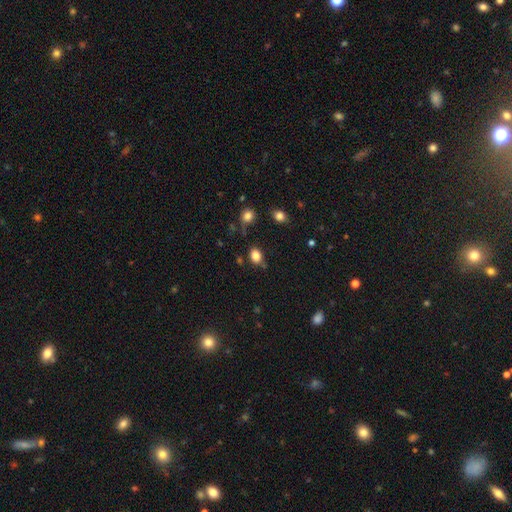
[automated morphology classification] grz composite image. It shows a smooth galaxy with no disk features (83%) that is in between round and cigar-shaped (67%). Merging: none (77%).